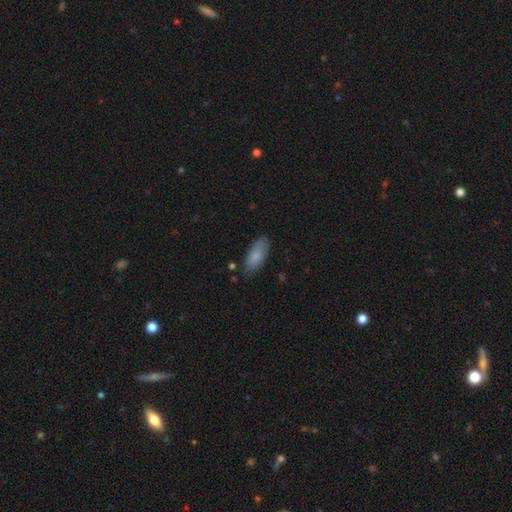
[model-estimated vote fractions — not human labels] smooth_or_featured: smooth (p=0.82) [alt: featured or disk p=0.12]
how_rounded: in between (p=0.77) [alt: cigar-shaped p=0.21]
merging: none (p=0.79) [alt: minor disturbance p=0.16]